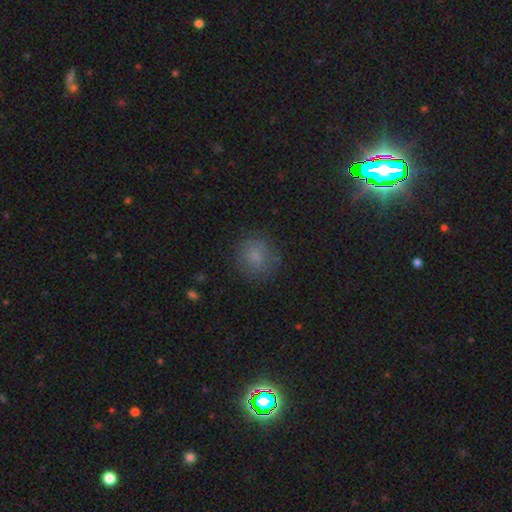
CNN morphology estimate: A smooth galaxy with no disk features (75%) that is round (84%). Merging: none (78%).